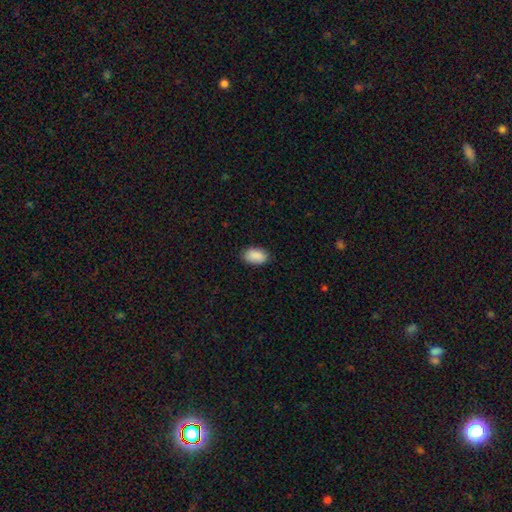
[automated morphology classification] Smooth or featured? Predicted: smooth (p=0.90). How rounded? Predicted: in between (p=0.92). Merging? Predicted: none (p=0.86).